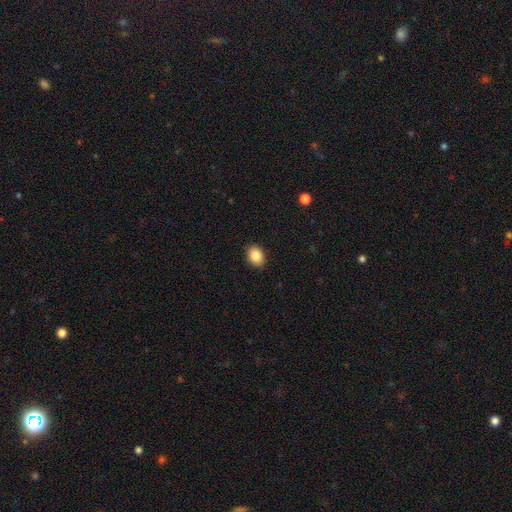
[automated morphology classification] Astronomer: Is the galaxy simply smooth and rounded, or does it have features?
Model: smooth — 87%.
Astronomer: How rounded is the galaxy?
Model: in between — 69%.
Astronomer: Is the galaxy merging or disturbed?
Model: none — 90%.